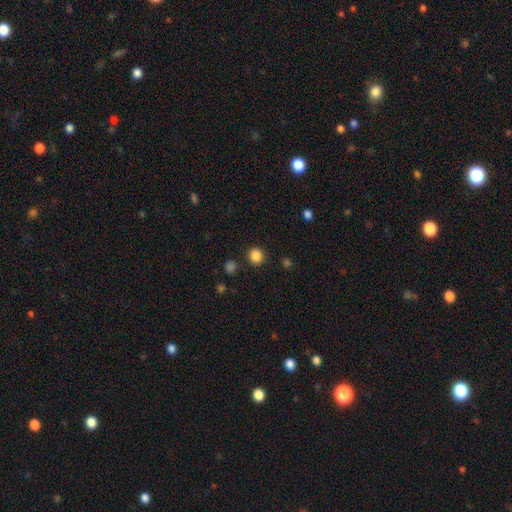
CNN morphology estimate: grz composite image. It shows a smooth galaxy with no disk features (85%) that is round (89%). Merging: none (89%).